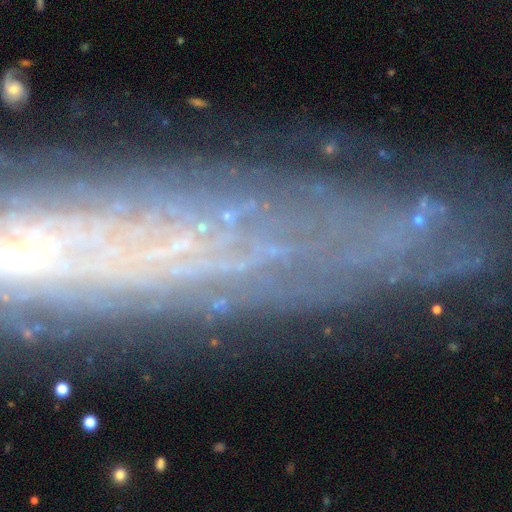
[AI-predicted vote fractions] Smooth or featured? Predicted: featured or disk (p=0.54). Edge-on disk? Predicted: no (p=0.66). Merging? Predicted: none (p=0.75).